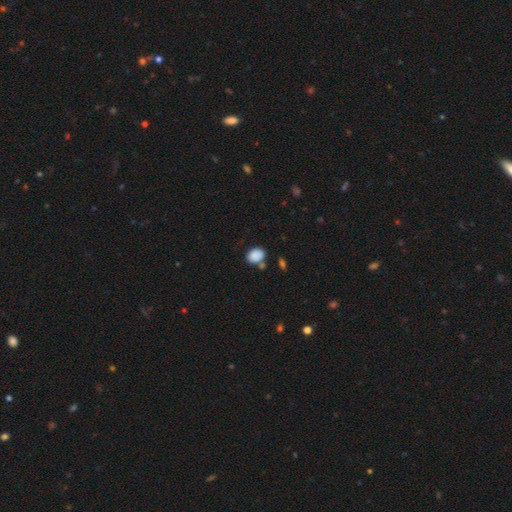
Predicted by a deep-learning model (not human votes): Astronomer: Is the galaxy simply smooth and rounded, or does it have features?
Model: smooth — 85%.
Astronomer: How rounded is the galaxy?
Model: in between — 63%.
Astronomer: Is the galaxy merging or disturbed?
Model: none — 60%.